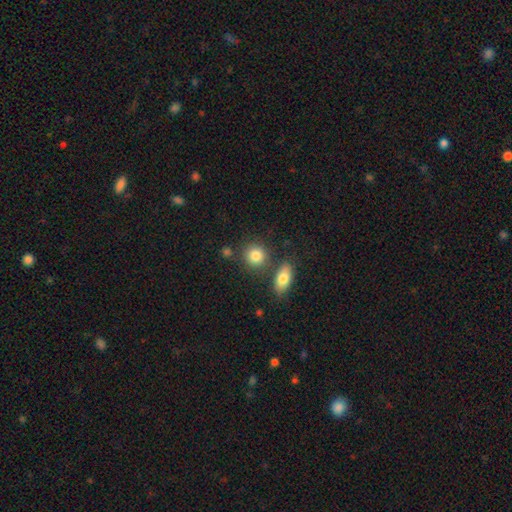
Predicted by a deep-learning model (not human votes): Overall: smooth (84%). How rounded: round (79%). Merging: none (72%).